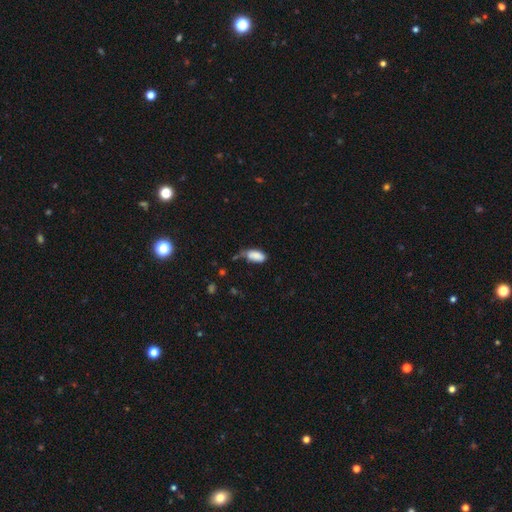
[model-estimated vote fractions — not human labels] Q: Smooth or featured?
A: smooth (85%); runner-up: star or artifact (8%)
Q: How rounded?
A: in between (89%); runner-up: cigar-shaped (8%)
Q: Merging?
A: none (40%); runner-up: minor disturbance (38%)